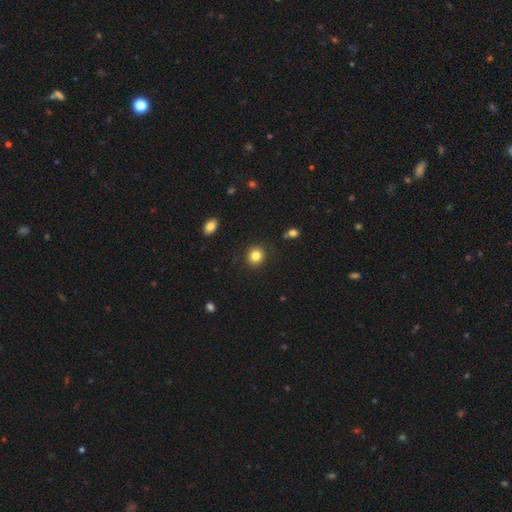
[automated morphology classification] A smooth galaxy with no disk features (84%) that is round (84%).

Vote fractions:
- Smooth or featured? smooth: 84% / star or artifact: 10% / featured or disk: 6%
- How rounded? round: 84% / in between: 15% / cigar-shaped: 1%
- Merging? none: 89% / minor disturbance: 7% / major disturbance: 2% / merger: 1%